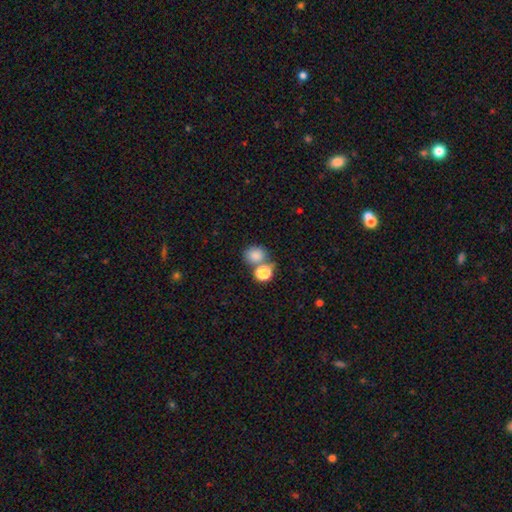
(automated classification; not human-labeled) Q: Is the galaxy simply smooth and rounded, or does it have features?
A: smooth — 82%.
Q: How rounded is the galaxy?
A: round — 69%.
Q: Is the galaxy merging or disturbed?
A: none — 53%.